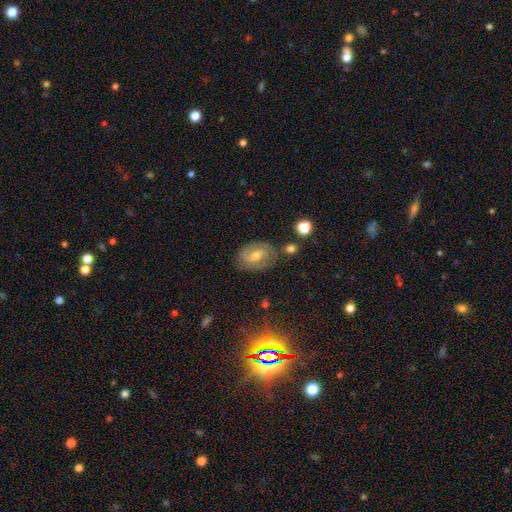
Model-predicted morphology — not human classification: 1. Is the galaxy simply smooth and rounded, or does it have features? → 63% featured or disk, 24% smooth, 12% star or artifact.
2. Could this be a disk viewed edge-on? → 95% no, 5% yes.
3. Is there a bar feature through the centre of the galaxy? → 49% weak, 32% no, 20% strong.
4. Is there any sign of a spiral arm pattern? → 80% yes, 20% no.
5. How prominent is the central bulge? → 67% moderate, 27% small, 4% large, 2% none, 1% dominant.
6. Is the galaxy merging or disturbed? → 74% none, 17% minor disturbance, 6% major disturbance, 3% merger.